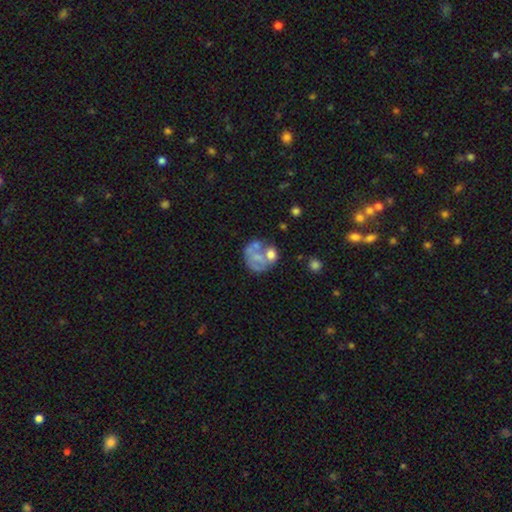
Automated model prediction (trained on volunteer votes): featured or disk 50%, smooth 39%, star or artifact 11%. Down the decision tree: edge-on disk — no (98%); merging — none (34%).